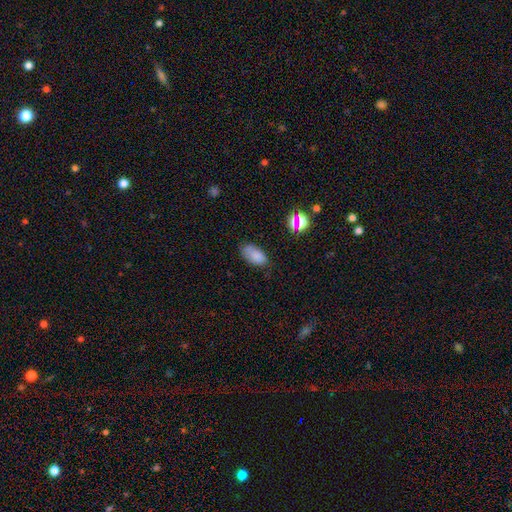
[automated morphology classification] Smooth or featured?
  - smooth: 79% *
  - star or artifact: 13%
  - featured or disk: 9%
How rounded?
  - in between: 93% *
  - round: 5%
  - cigar-shaped: 3%
Merging?
  - none: 66% *
  - minor disturbance: 25%
  - major disturbance: 6%
  - merger: 2%